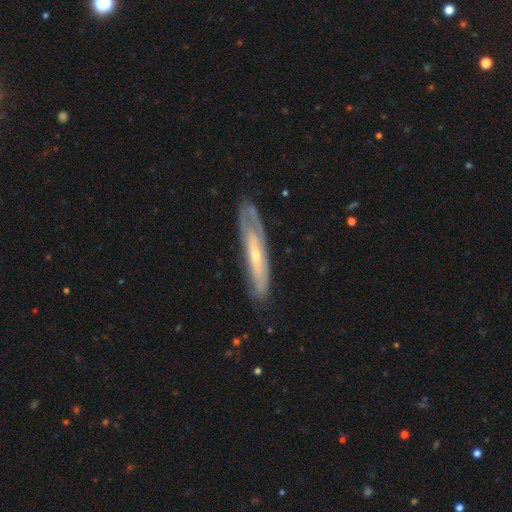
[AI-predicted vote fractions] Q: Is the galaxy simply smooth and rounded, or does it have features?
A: featured or disk — 70%.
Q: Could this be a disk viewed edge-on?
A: yes — 52%.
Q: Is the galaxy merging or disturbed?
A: none — 71%.